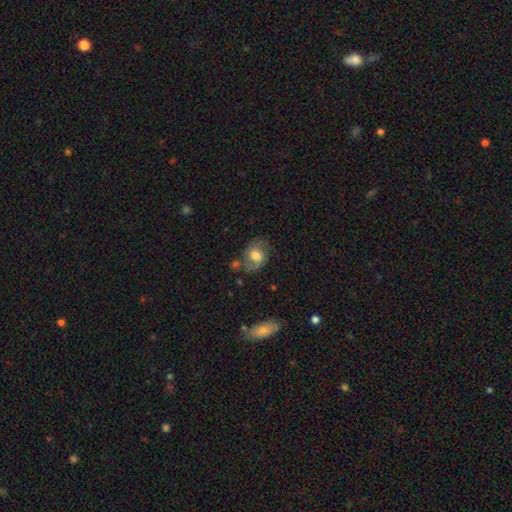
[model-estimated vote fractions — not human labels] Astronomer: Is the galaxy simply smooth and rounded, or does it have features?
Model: featured or disk — 49% (runner-up: smooth, 42%).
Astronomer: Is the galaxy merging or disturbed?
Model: none — 58%.